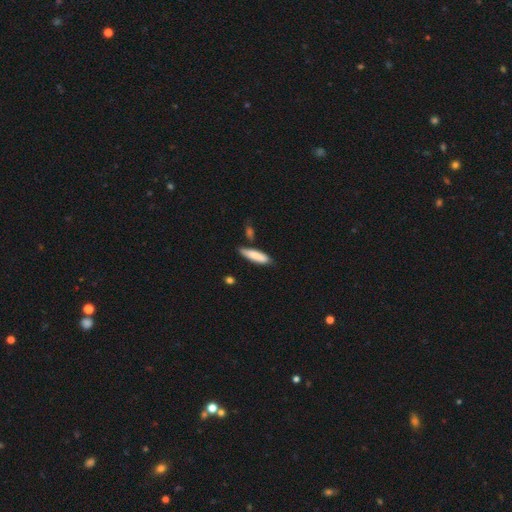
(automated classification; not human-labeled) This is clearly a smooth galaxy (82%). How rounded: likely cigar-shaped (68%). Merging: likely none (74%).